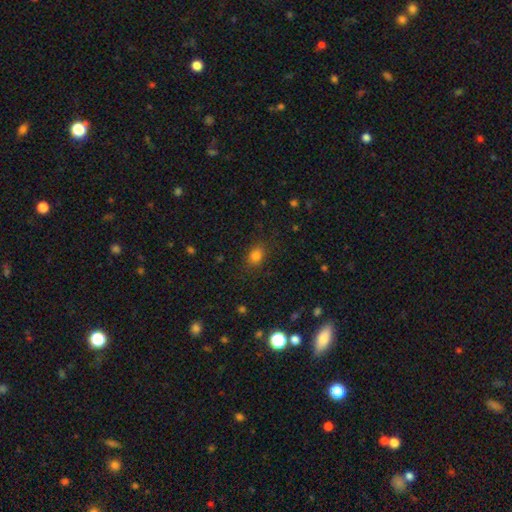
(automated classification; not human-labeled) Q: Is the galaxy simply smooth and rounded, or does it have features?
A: smooth — 80%.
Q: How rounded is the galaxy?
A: in between — 63%.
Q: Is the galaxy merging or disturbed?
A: none — 81%.